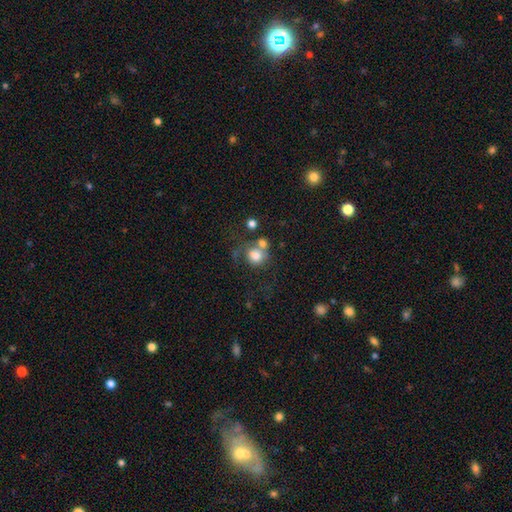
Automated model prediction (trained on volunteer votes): smooth_or_featured: smooth (p=0.75) [alt: featured or disk p=0.14]
how_rounded: round (p=0.80) [alt: in between p=0.19]
merging: none (p=0.41) [alt: merger p=0.36]